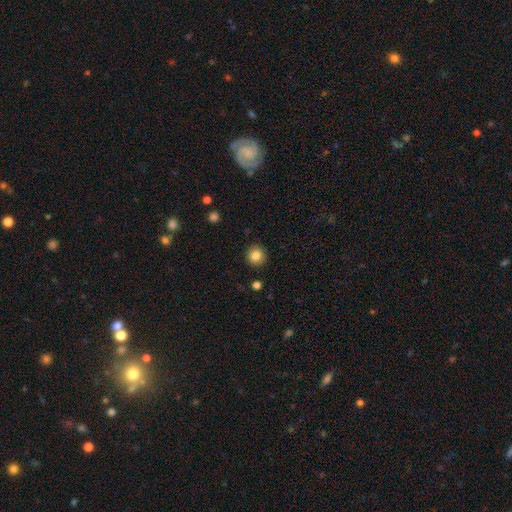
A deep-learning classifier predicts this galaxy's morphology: Overall: smooth (84%). How rounded: round (92%). Merging: none (91%).